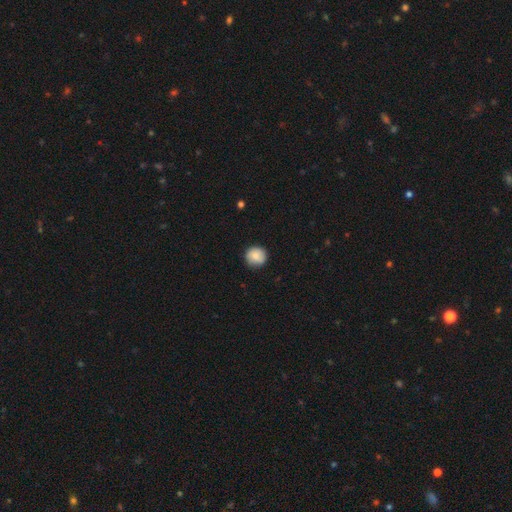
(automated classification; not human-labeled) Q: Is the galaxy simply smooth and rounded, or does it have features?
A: smooth — 85%.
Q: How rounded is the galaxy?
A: round — 93%.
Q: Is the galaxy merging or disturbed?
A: none — 87%.